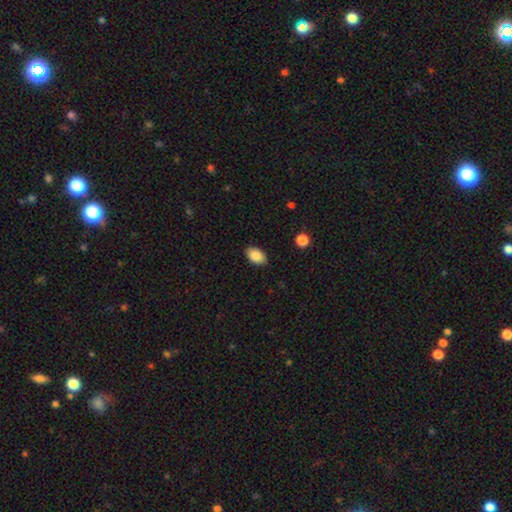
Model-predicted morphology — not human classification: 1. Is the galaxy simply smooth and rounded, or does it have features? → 86% smooth, 7% star or artifact, 6% featured or disk.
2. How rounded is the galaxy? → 91% in between, 8% round, 1% cigar-shaped.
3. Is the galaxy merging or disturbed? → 88% none, 9% minor disturbance, 2% major disturbance, 1% merger.